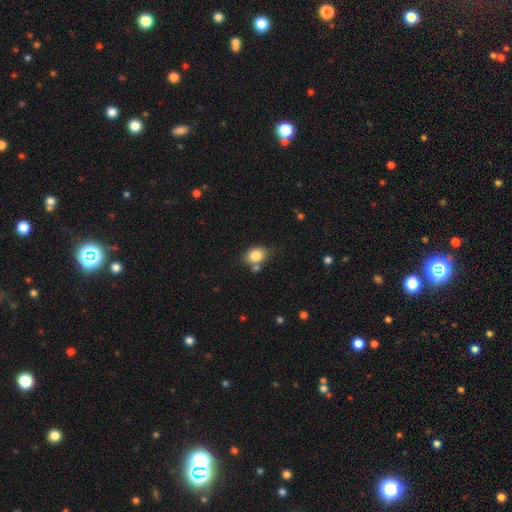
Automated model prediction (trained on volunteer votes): Smooth or featured?
  - smooth: 83% *
  - star or artifact: 9%
  - featured or disk: 8%
How rounded?
  - in between: 57% *
  - round: 41%
  - cigar-shaped: 1%
Merging?
  - none: 62% *
  - minor disturbance: 19%
  - merger: 14%
  - major disturbance: 5%